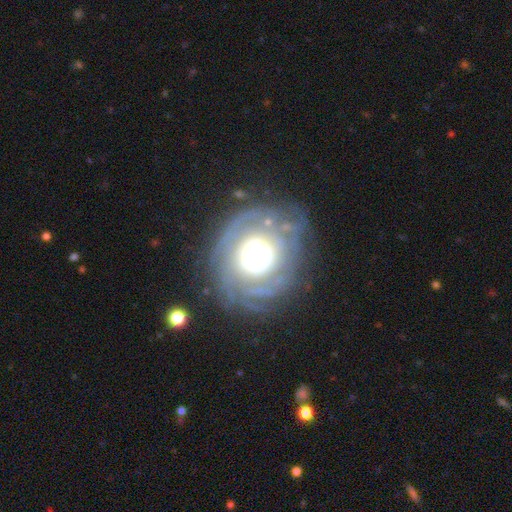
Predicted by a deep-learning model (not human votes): The model was most divided on "spiral arm count": can't tell: 41%, 2: 20%, 3: 13%, 4: 9%, more than 4: 9%, 1: 9%. More confident: edge-on disk — no (97%); spiral arms — yes (80%); bar — no (76%); smooth or featured — featured or disk (74%); spiral winding — tight (69%); merging — none (68%); bulge size — large (52%).